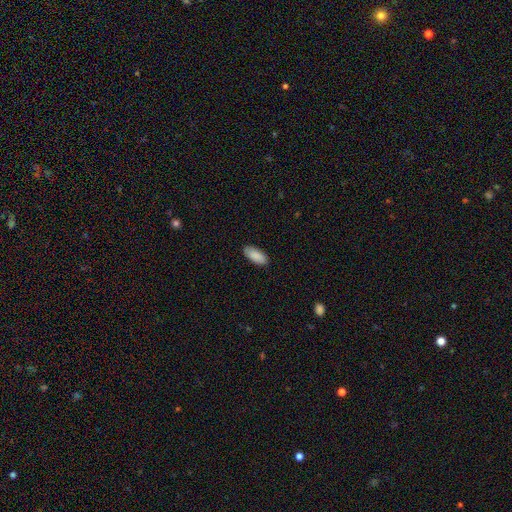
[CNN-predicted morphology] The model was most divided on "merging": none: 87%, minor disturbance: 10%, major disturbance: 2%, merger: 1%. More confident: smooth or featured — smooth (90%); how rounded — in between (90%).